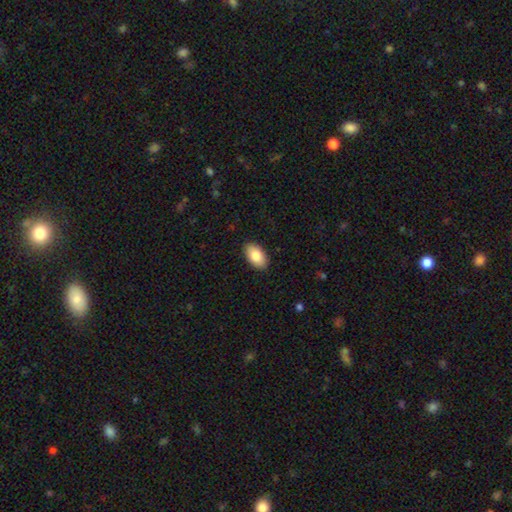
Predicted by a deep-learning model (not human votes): Overall: smooth (84%). How rounded: in between (95%). Merging: none (89%).